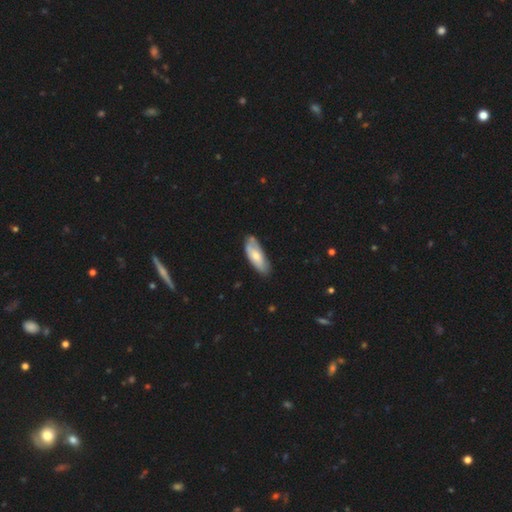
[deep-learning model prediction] smooth_or_featured: smooth (p=0.61) [alt: featured or disk p=0.34]
how_rounded: in between (p=0.74) [alt: cigar-shaped p=0.24]
merging: none (p=0.69) [alt: minor disturbance p=0.24]